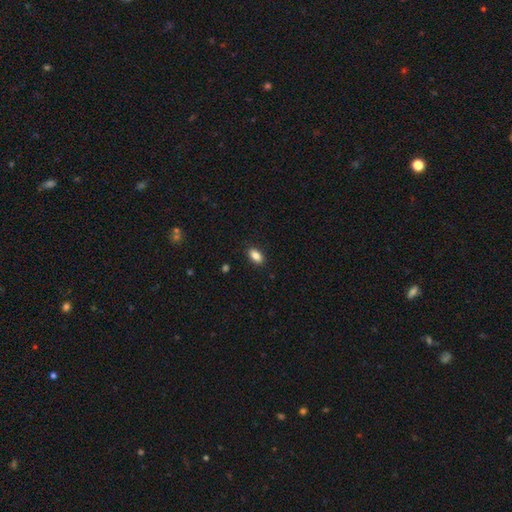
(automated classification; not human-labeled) Morphology: type=smooth (87%); roundness=in between (90%); merging=none (89%).